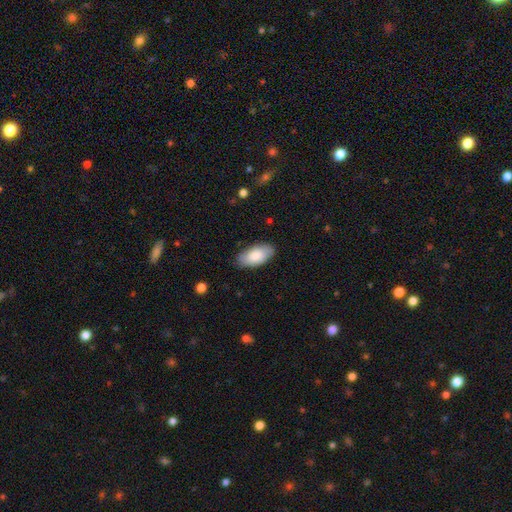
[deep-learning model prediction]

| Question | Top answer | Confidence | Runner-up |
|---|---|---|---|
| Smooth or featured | smooth | 84% | featured or disk (11%) |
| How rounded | in between | 94% | cigar-shaped (4%) |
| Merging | none | 84% | minor disturbance (13%) |